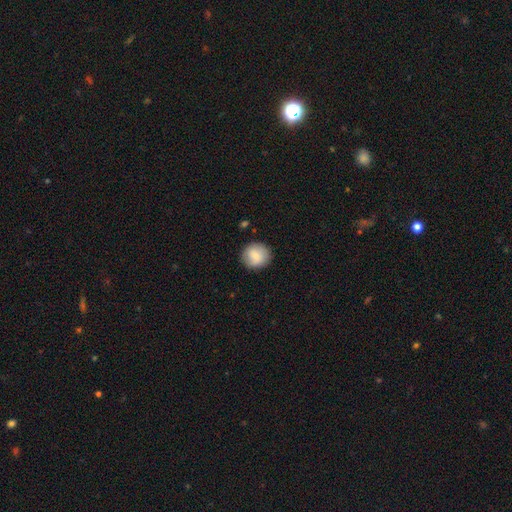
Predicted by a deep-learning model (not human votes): smooth-or-featured: smooth: 81% | featured or disk: 12% | star or artifact: 7%
  how-rounded: round: 89% | in between: 10% | cigar-shaped: 1%
  merging: none: 88% | minor disturbance: 9% | major disturbance: 2% | merger: 1%